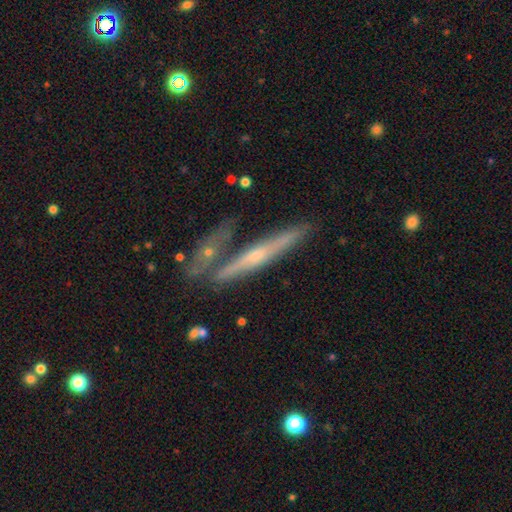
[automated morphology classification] Smooth or featured: featured or disk — 69% (smooth — 23%)
Edge-on disk: yes — 94% (no — 6%)
Edge-on bulge: rounded — 70% (none — 25%)
Merging: none — 72% (merger — 13%)